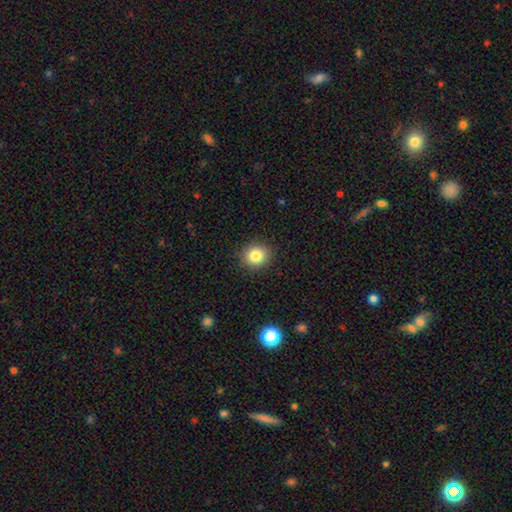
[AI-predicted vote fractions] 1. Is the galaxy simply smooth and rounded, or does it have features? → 83% smooth, 11% star or artifact, 6% featured or disk.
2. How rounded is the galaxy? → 82% round, 17% in between, 1% cigar-shaped.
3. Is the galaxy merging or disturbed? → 90% none, 7% minor disturbance, 2% major disturbance, 1% merger.